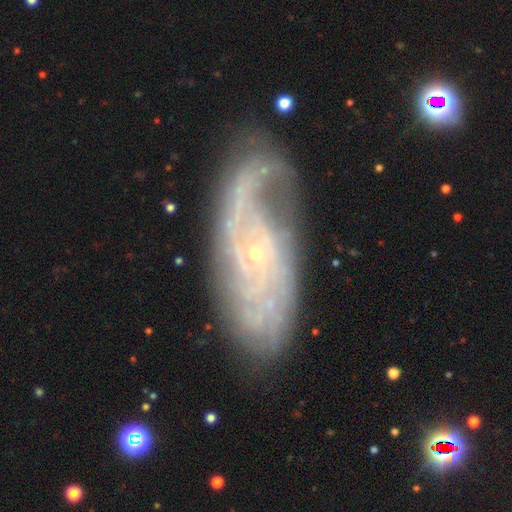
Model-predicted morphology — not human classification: smooth_or_featured: featured or disk (p=0.84) [alt: smooth p=0.09]
disk_edge_on: no (p=0.92) [alt: yes p=0.08]
bar: no (p=0.73) [alt: weak p=0.21]
has_spiral_arms: yes (p=0.94) [alt: no p=0.06]
spiral_winding: tight (p=0.53) [alt: medium p=0.34]
spiral_arm_count: can't tell (p=0.37) [alt: 2 p=0.27]
bulge_size: small (p=0.87) [alt: moderate p=0.09]
merging: none (p=0.67) [alt: minor disturbance p=0.20]